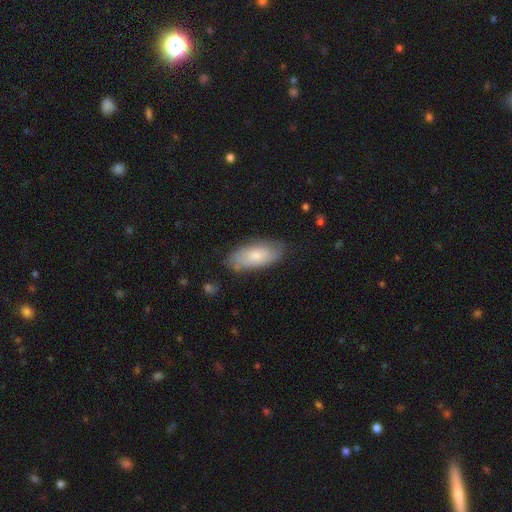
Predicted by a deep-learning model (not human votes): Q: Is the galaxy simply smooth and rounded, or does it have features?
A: smooth — 72%.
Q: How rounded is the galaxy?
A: in between — 89%.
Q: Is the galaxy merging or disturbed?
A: none — 73%.